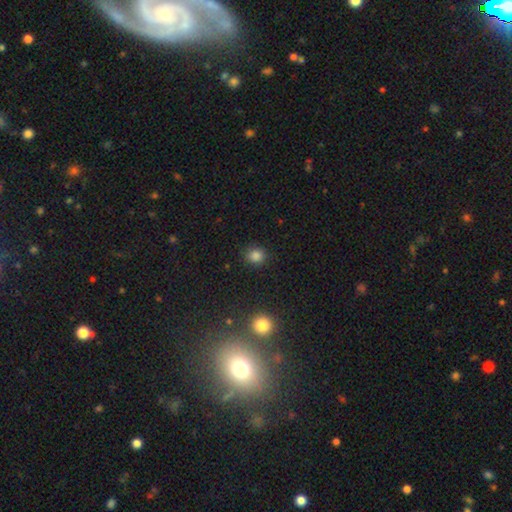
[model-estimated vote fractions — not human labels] smooth_or_featured: smooth (p=0.83) [alt: star or artifact p=0.13]
how_rounded: round (p=0.84) [alt: in between p=0.15]
merging: none (p=0.88) [alt: minor disturbance p=0.08]